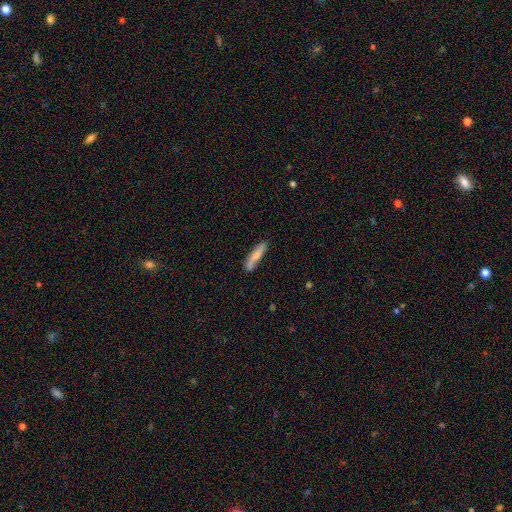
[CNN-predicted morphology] type=smooth (73%); roundness=cigar-shaped (81%); merging=none (69%).